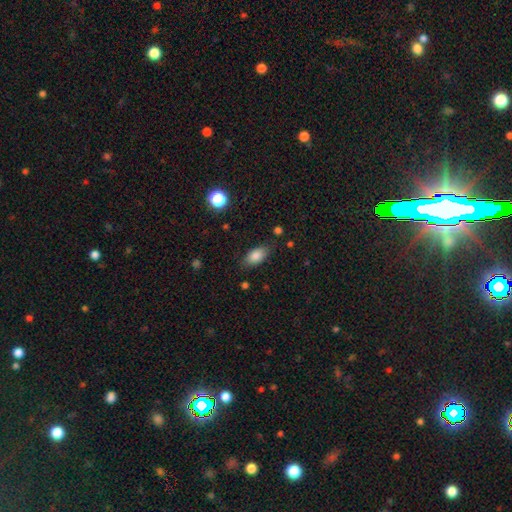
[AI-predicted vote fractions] Overall: smooth (84%). How rounded: in between (89%). Merging: none (79%).